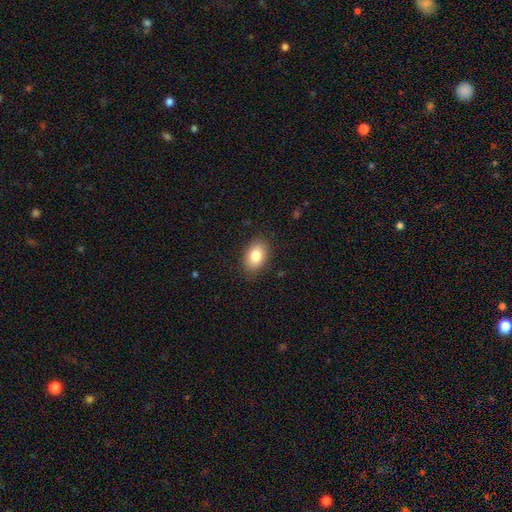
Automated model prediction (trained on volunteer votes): This is clearly a smooth galaxy (83%). How rounded: clearly in between (86%). Merging: clearly none (86%).